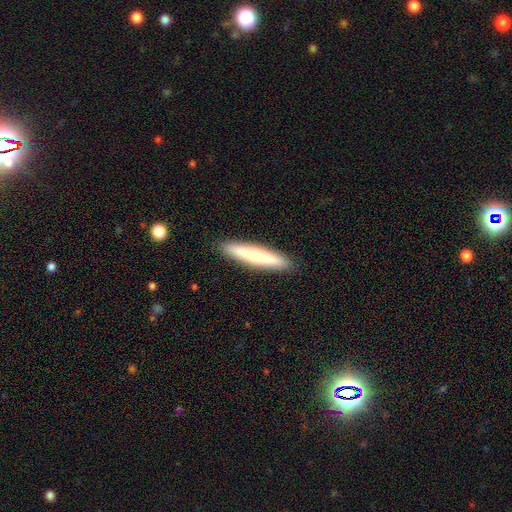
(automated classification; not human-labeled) smooth 64%, featured or disk 31%, star or artifact 6%. Down the decision tree: how rounded — cigar-shaped (92%); merging — none (91%).